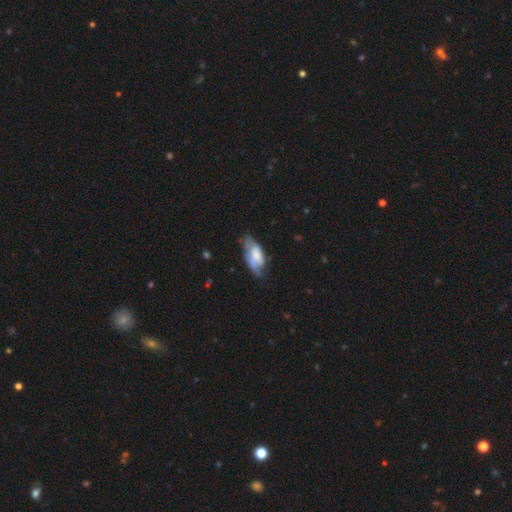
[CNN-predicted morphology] This is possibly a smooth galaxy (48%). Merging: marginally none (42%).